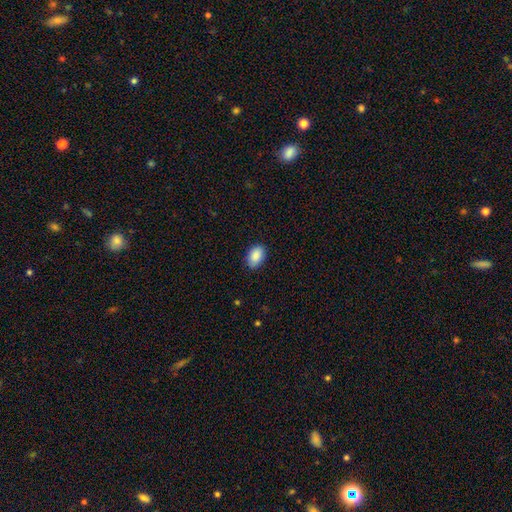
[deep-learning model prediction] Smooth or featured: smooth — 89% (star or artifact — 7%)
How rounded: in between — 90% (round — 9%)
Merging: none — 86% (minor disturbance — 10%)